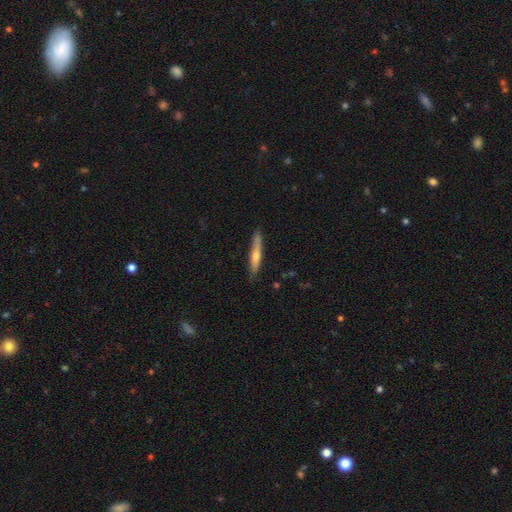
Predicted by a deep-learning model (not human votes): A smooth galaxy with no disk features (51%) that is cigar-shaped (93%).

Vote fractions:
- Smooth or featured? smooth: 51% / featured or disk: 43% / star or artifact: 6%
- How rounded? cigar-shaped: 93% / in between: 6% / round: 1%
- Merging? none: 85% / minor disturbance: 12% / major disturbance: 2% / merger: 1%